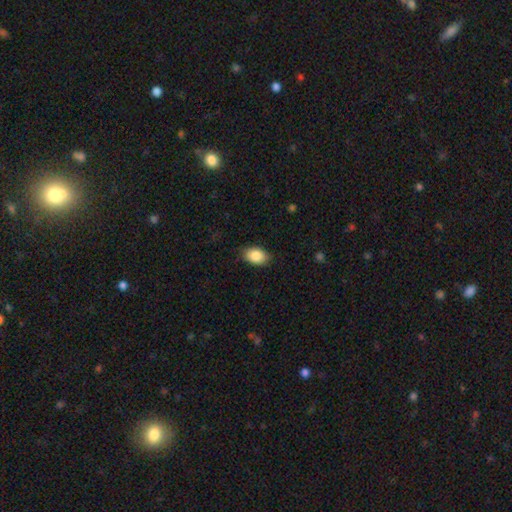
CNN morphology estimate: smooth_or_featured: smooth (p=0.87) [alt: star or artifact p=0.07]
how_rounded: in between (p=0.87) [alt: round p=0.11]
merging: none (p=0.85) [alt: minor disturbance p=0.12]